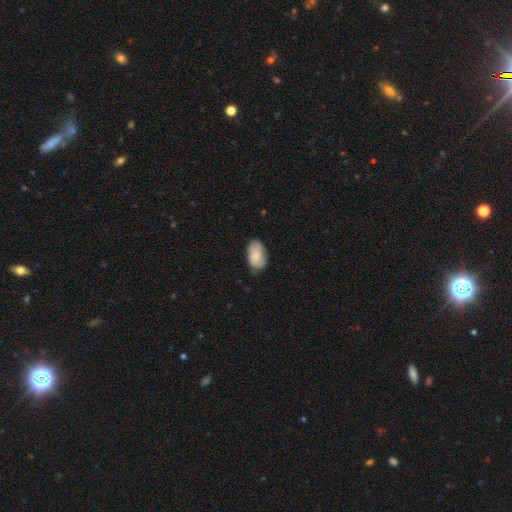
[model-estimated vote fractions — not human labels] smooth 84%, featured or disk 10%, star or artifact 6%. Down the decision tree: how rounded — in between (94%); merging — none (69%).